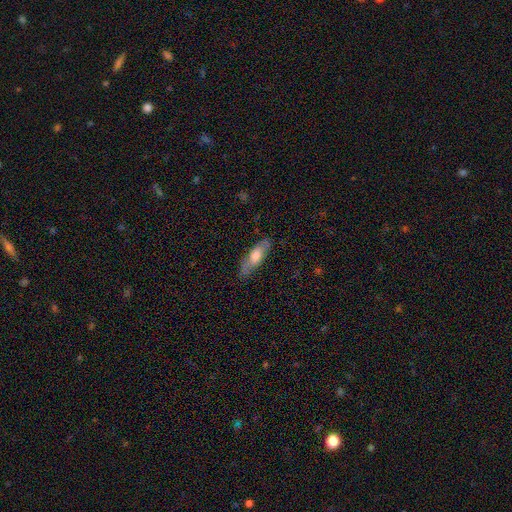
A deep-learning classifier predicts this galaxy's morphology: Smooth or featured? Predicted: smooth (p=0.63). How rounded? Predicted: cigar-shaped (p=0.51). Merging? Predicted: none (p=0.78).